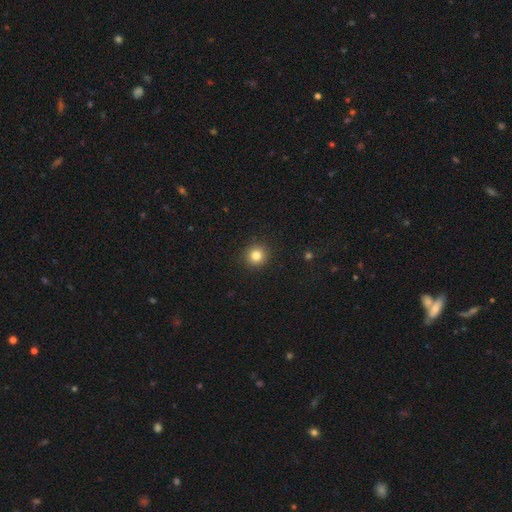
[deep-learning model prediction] Q: Smooth or featured?
A: smooth (82%); runner-up: star or artifact (12%)
Q: How rounded?
A: round (94%); runner-up: in between (5%)
Q: Merging?
A: none (92%); runner-up: minor disturbance (5%)